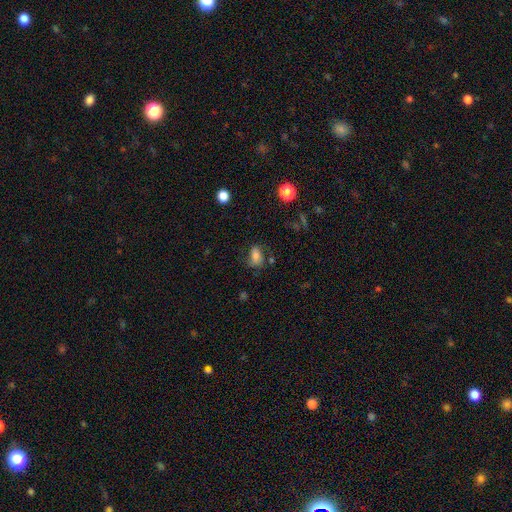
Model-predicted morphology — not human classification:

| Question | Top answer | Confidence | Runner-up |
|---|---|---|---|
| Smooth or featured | smooth | 69% | featured or disk (18%) |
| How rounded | in between | 82% | round (16%) |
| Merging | none | 56% | minor disturbance (25%) |